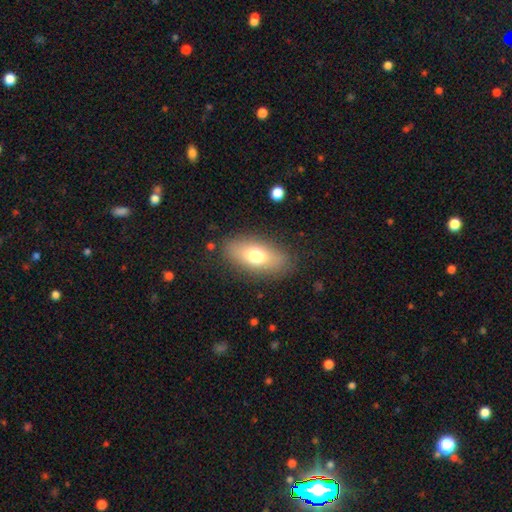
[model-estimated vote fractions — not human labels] This is likely a smooth galaxy (72%). How rounded: clearly in between (85%). Merging: clearly none (84%).